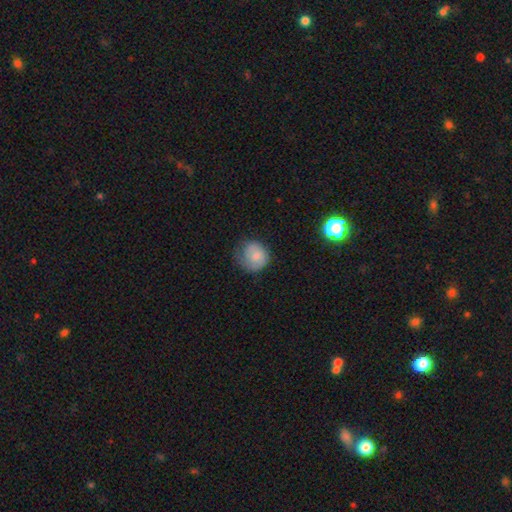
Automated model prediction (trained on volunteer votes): smooth 67%, featured or disk 25%, star or artifact 7%. Down the decision tree: how rounded — round (81%); merging — none (52%).